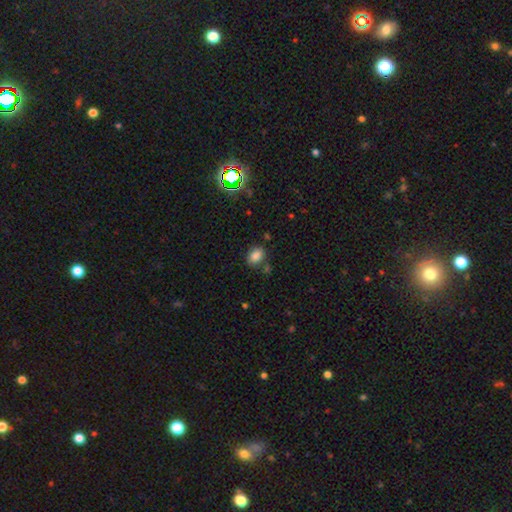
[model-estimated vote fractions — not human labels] Smooth or featured?
  - smooth: 83% *
  - star or artifact: 12%
  - featured or disk: 5%
How rounded?
  - in between: 77% *
  - round: 22%
  - cigar-shaped: 1%
Merging?
  - none: 76% *
  - minor disturbance: 13%
  - merger: 7%
  - major disturbance: 4%